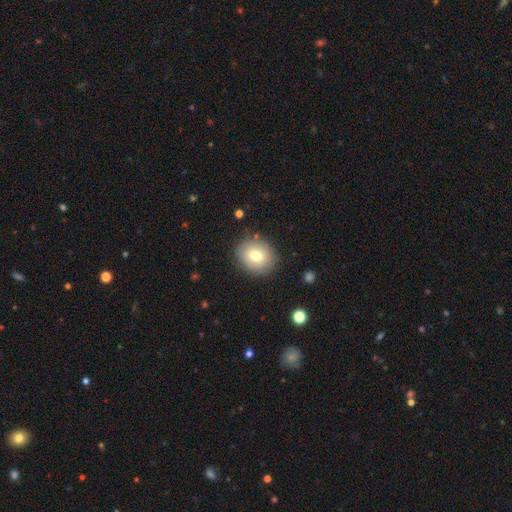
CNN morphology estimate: Smooth or featured? smooth (73%)
How rounded? round (63%)
Merging? none (84%)